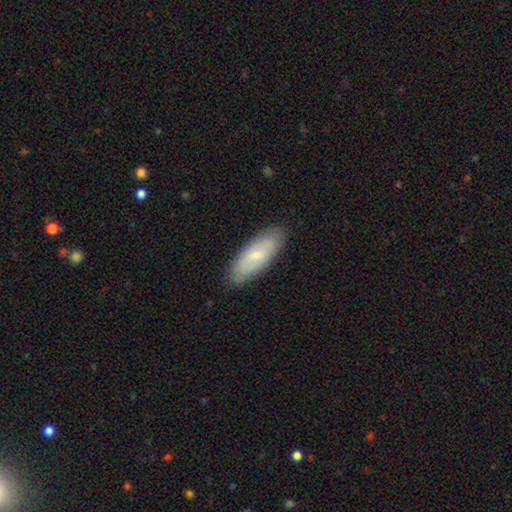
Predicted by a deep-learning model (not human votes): Q: Smooth or featured?
A: smooth (72%); runner-up: featured or disk (22%)
Q: How rounded?
A: in between (69%); runner-up: cigar-shaped (30%)
Q: Merging?
A: none (86%); runner-up: minor disturbance (11%)